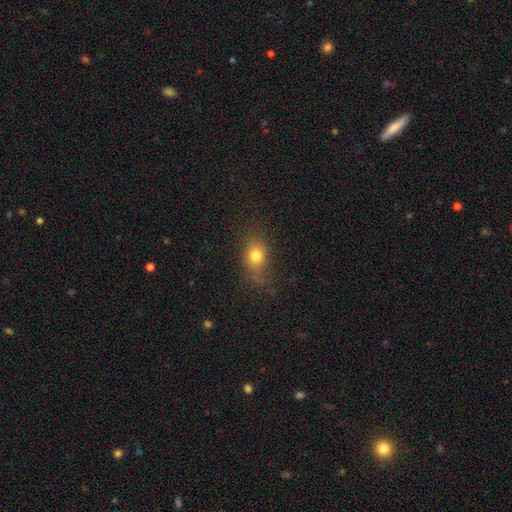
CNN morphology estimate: smooth_or_featured: smooth (p=0.77) [alt: star or artifact p=0.12]
how_rounded: in between (p=0.51) [alt: round p=0.47]
merging: none (p=0.62) [alt: minor disturbance p=0.23]